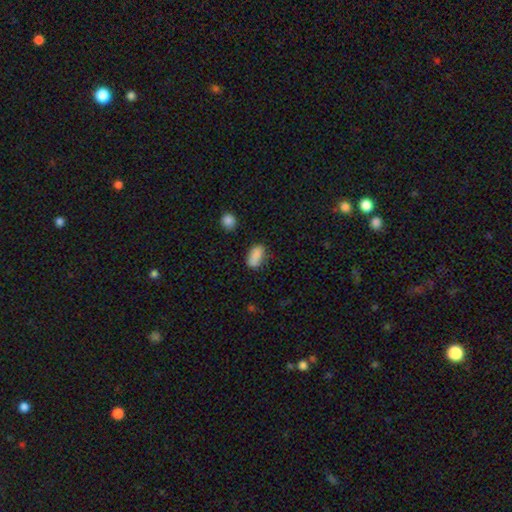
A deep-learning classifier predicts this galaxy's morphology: type=smooth (86%); roundness=in between (89%); merging=none (69%).